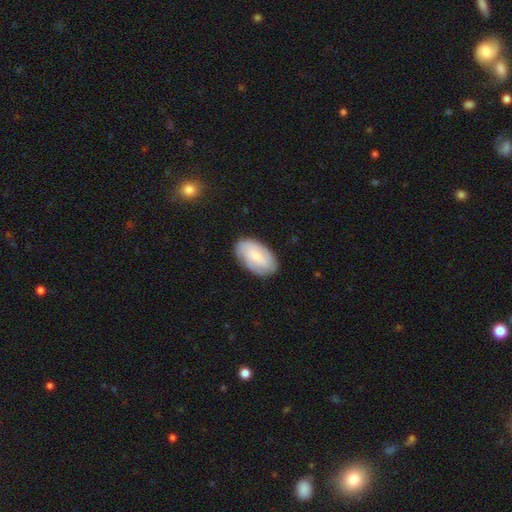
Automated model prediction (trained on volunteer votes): This is possibly a smooth galaxy (51%). How rounded: clearly in between (94%). Merging: clearly none (81%).